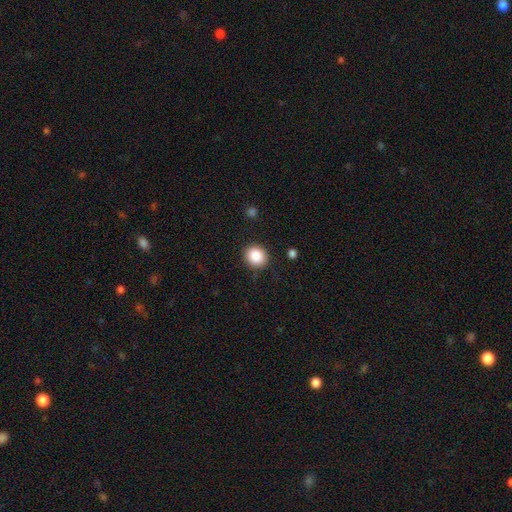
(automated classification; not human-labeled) A smooth galaxy with no disk features (88%) that is round (76%). Merging: none (88%).